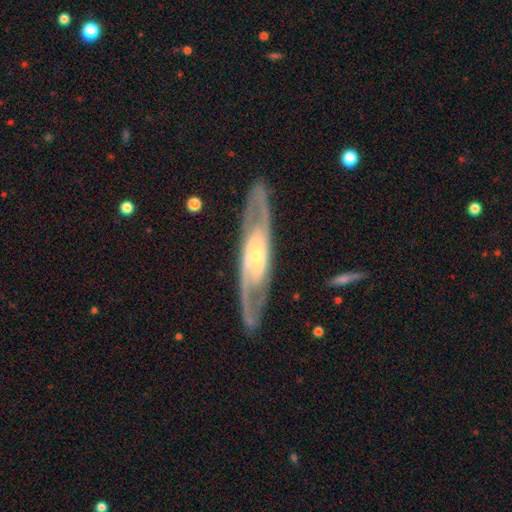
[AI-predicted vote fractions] Morphology: type=featured or disk (87%); edge-on=no (81%); bar=no (42%); spiral arms=yes (94%); winding=medium (50%); arm count=2 (87%); bulge=small (49%); merging=none (83%).